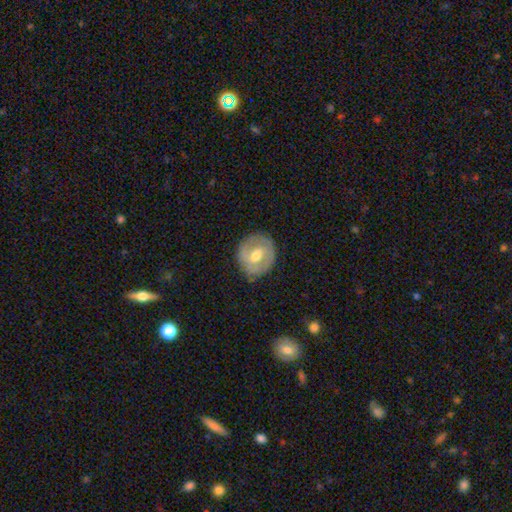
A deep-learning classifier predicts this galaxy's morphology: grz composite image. It shows a featured or disk galaxy (50%). Merging: none (80%).